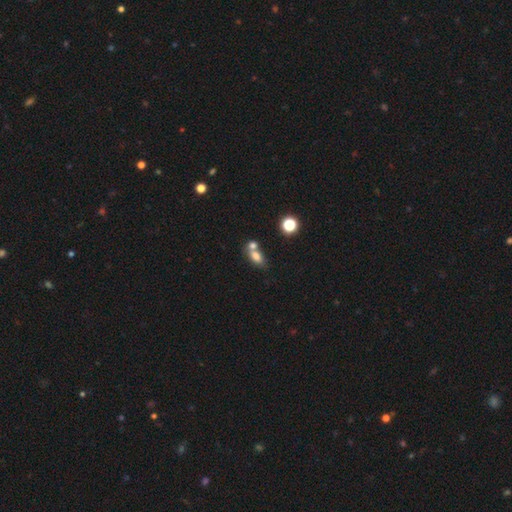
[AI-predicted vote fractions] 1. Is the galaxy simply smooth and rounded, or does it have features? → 75% smooth, 13% featured or disk, 12% star or artifact.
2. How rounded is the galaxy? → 79% in between, 16% round, 5% cigar-shaped.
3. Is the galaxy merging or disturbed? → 50% merger, 36% none, 10% minor disturbance, 4% major disturbance.